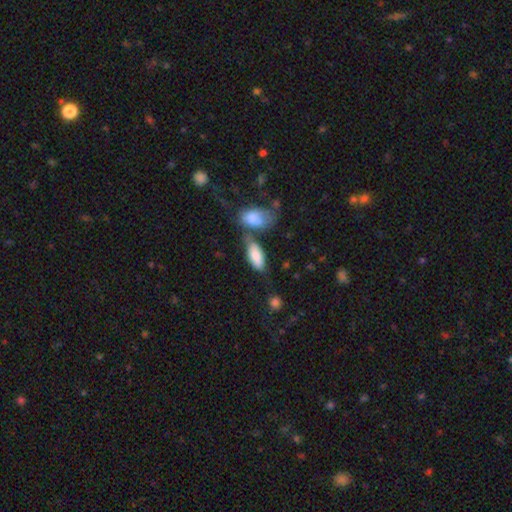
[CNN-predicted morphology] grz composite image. It shows a smooth galaxy with no disk features (82%) that is in between round and cigar-shaped (87%). Merging: none (47%).